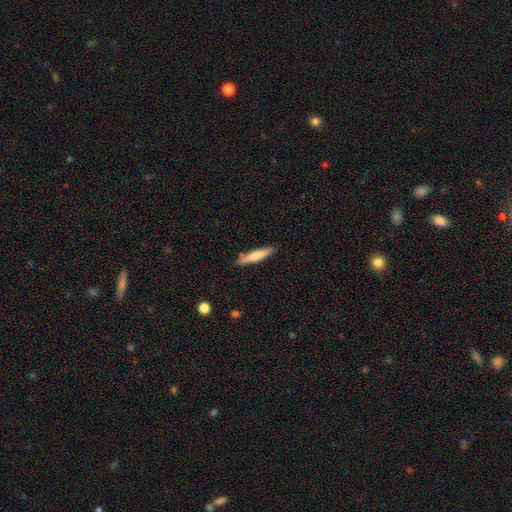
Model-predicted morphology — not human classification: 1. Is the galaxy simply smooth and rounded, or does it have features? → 60% smooth, 34% featured or disk, 5% star or artifact.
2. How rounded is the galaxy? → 91% cigar-shaped, 8% in between, 1% round.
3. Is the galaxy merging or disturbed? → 87% none, 10% minor disturbance, 2% merger, 2% major disturbance.